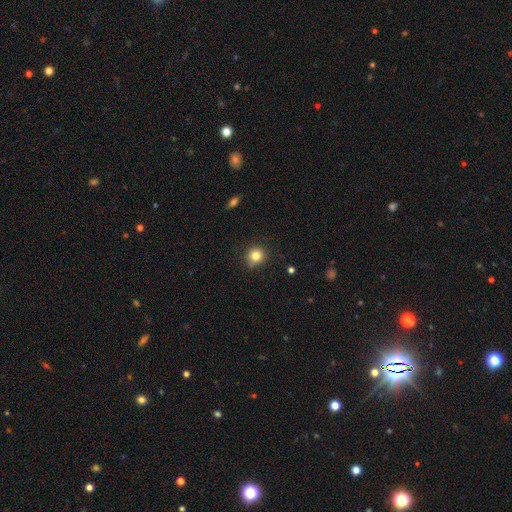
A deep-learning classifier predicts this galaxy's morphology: Smooth or featured? Predicted: smooth (p=0.82). How rounded? Predicted: round (p=0.90). Merging? Predicted: none (p=0.83).